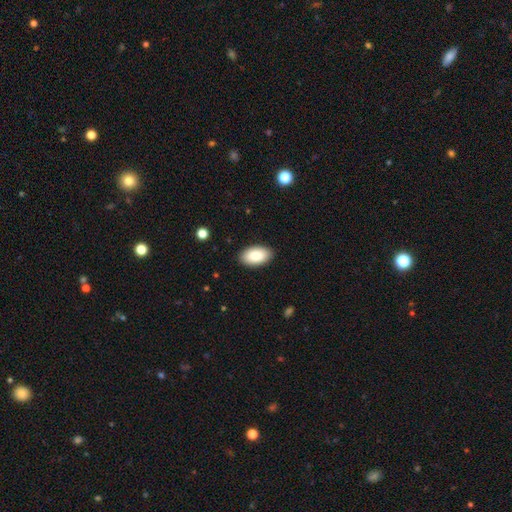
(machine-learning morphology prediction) smooth-or-featured: smooth: 86% | featured or disk: 8% | star or artifact: 6%
  how-rounded: in between: 95% | round: 4% | cigar-shaped: 1%
  merging: none: 89% | minor disturbance: 8% | major disturbance: 2% | merger: 1%